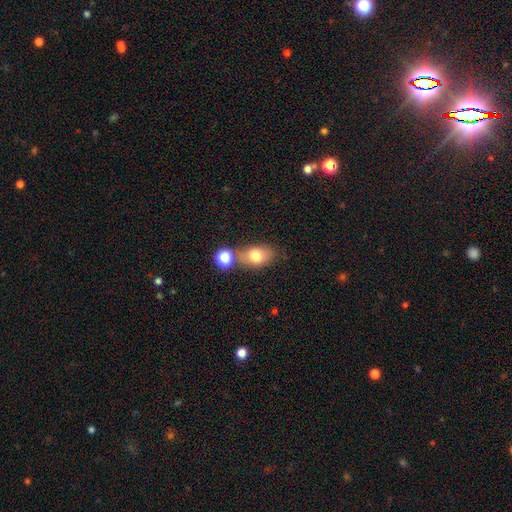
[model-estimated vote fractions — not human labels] smooth-or-featured: smooth: 75% | featured or disk: 15% | star or artifact: 10%
  how-rounded: in between: 77% | round: 21% | cigar-shaped: 2%
  merging: none: 53% | merger: 23% | minor disturbance: 17% | major disturbance: 7%